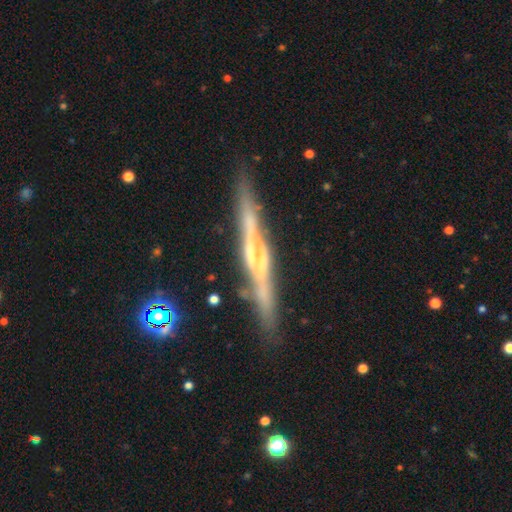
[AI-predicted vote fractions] Smooth or featured? featured or disk (81%)
Edge-on disk? yes (97%)
Edge-on bulge? rounded (39%)
Merging? none (86%)